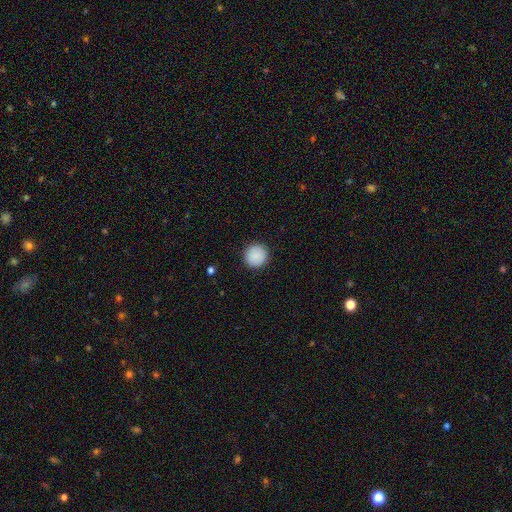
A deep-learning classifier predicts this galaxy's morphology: type=smooth (90%); roundness=round (96%); merging=none (92%).